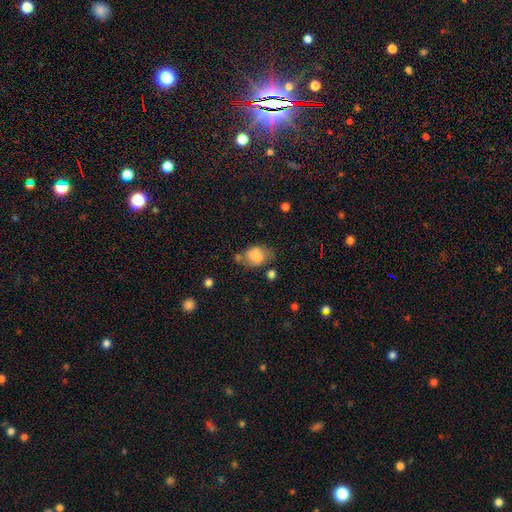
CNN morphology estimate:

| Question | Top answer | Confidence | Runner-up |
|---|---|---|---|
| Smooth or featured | smooth | 76% | featured or disk (15%) |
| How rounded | in between | 66% | round (33%) |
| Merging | none | 47% | minor disturbance (29%) |